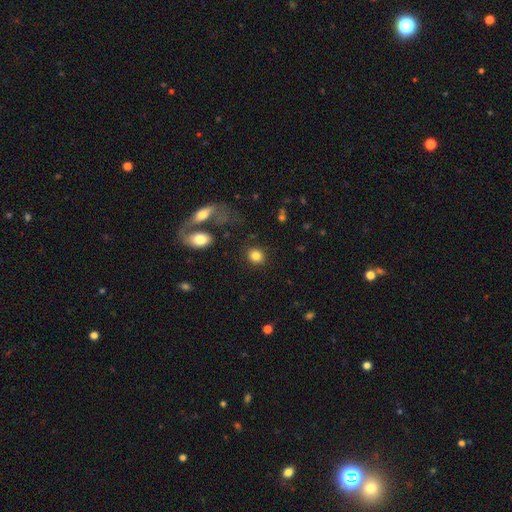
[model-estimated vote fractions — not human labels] Smooth or featured? Predicted: smooth (p=0.84). How rounded? Predicted: round (p=0.75). Merging? Predicted: none (p=0.84).